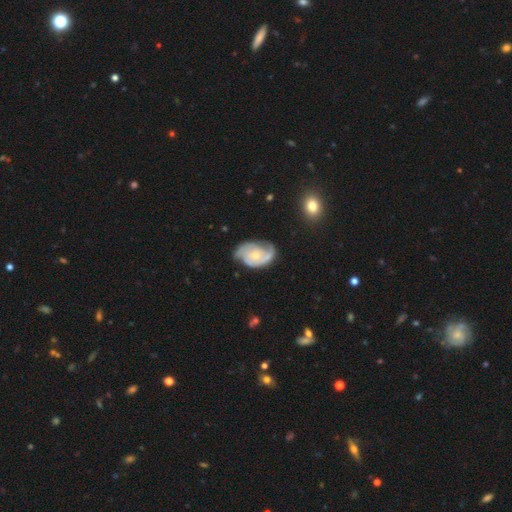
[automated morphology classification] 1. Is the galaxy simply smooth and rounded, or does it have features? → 82% featured or disk, 13% smooth, 5% star or artifact.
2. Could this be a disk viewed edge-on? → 97% no, 3% yes.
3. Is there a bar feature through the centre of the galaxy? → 74% no, 22% weak, 4% strong.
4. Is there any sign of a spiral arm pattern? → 95% yes, 5% no.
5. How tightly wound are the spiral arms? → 45% tight, 40% medium, 15% loose.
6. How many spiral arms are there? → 60% 2, 14% can't tell, 12% 3, 8% 1, 3% 4, 2% more than 4.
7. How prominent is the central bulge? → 61% small, 34% moderate, 2% none, 2% large, 1% dominant.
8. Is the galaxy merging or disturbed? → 59% none, 27% minor disturbance, 12% major disturbance, 2% merger.